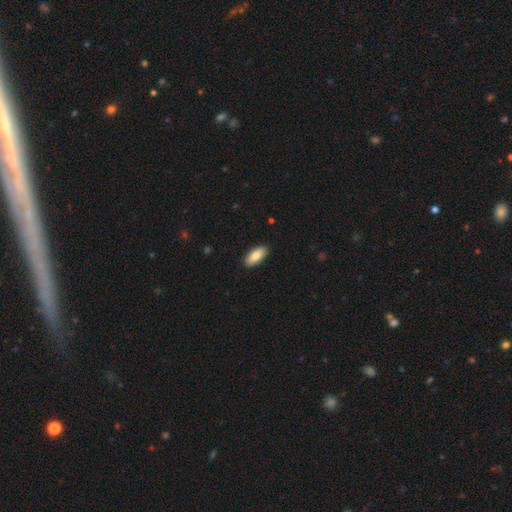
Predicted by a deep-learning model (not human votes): Q: Smooth or featured?
A: smooth (86%); runner-up: featured or disk (8%)
Q: How rounded?
A: in between (86%); runner-up: cigar-shaped (12%)
Q: Merging?
A: none (90%); runner-up: minor disturbance (8%)